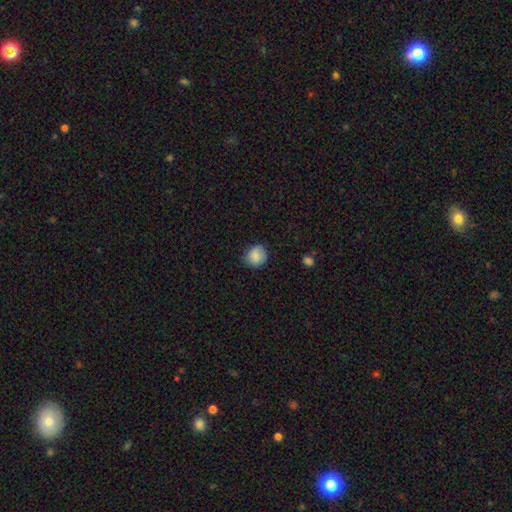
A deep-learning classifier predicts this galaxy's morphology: Smooth or featured? smooth (87%)
How rounded? round (77%)
Merging? none (80%)